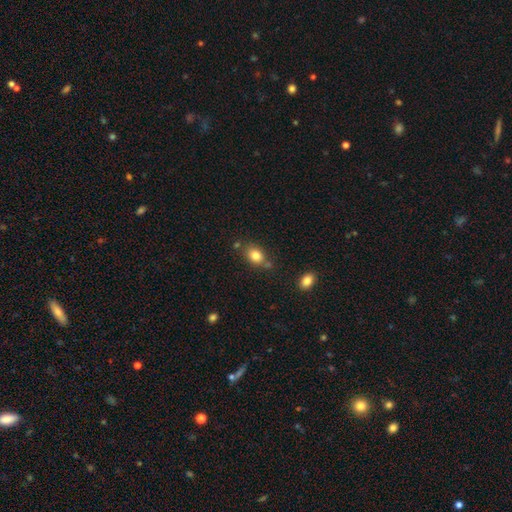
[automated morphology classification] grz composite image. It shows a smooth galaxy with no disk features (82%) that is in between round and cigar-shaped (64%). Merging: none (67%).